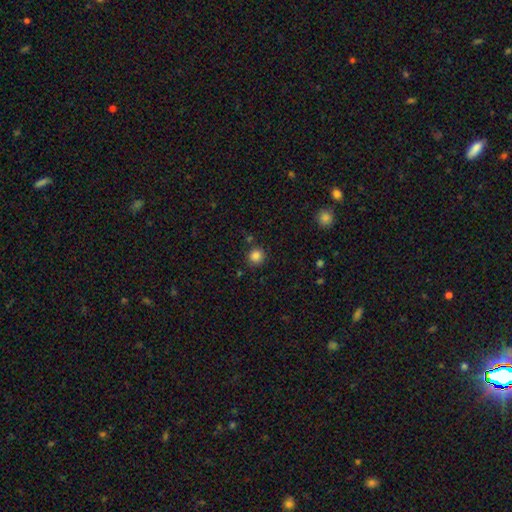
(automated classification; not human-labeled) Smooth or featured: smooth — 85% (star or artifact — 11%)
How rounded: round — 92% (in between — 7%)
Merging: none — 83% (minor disturbance — 9%)